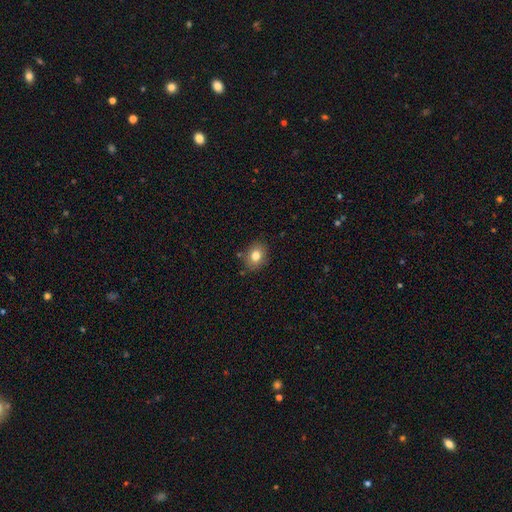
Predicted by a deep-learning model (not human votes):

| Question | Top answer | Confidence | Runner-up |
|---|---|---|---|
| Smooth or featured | smooth | 80% | featured or disk (10%) |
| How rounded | in between | 54% | round (45%) |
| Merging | none | 83% | minor disturbance (12%) |